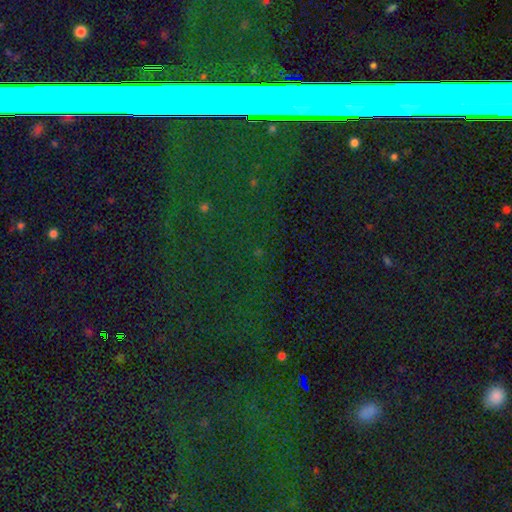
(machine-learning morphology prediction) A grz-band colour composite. It shows a star or artifact, not a galaxy (76%).